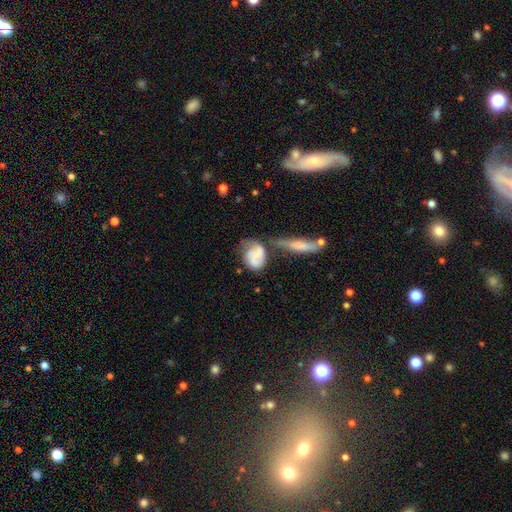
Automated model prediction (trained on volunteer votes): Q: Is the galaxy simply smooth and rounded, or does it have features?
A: featured or disk — 48%.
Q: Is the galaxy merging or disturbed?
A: merger — 32%.